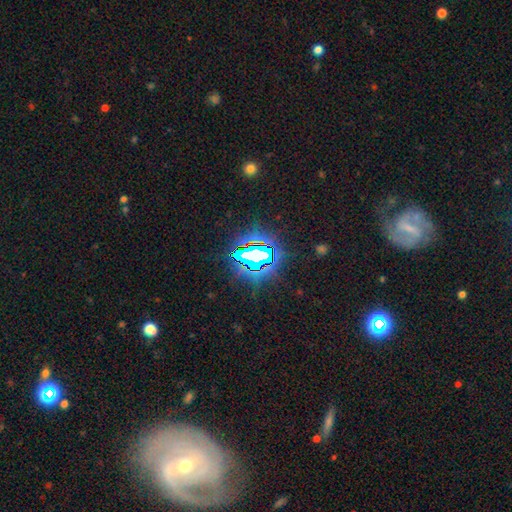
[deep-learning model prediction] A star or artifact, not a galaxy (76%).

Vote fractions:
- Smooth or featured? star or artifact: 76% / smooth: 13% / featured or disk: 11%